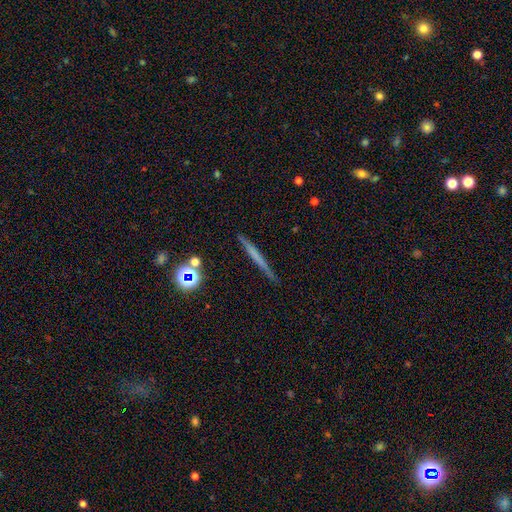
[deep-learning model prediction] This is possibly a smooth galaxy (46%). Merging: clearly none (87%).